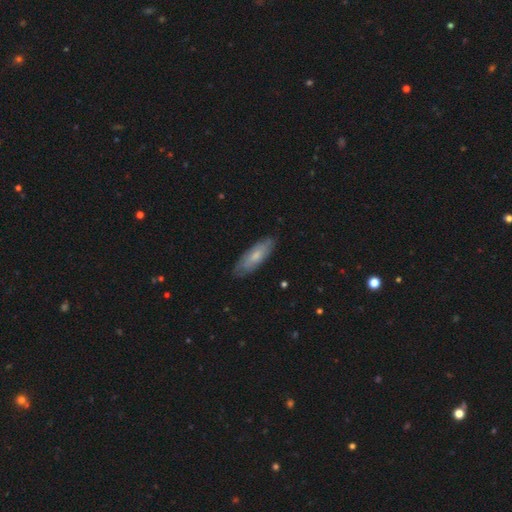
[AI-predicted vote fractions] smooth-or-featured: smooth: 58% | featured or disk: 36% | star or artifact: 6%
  how-rounded: in between: 61% | cigar-shaped: 38% | round: 2%
  merging: none: 80% | minor disturbance: 16% | major disturbance: 3% | merger: 1%